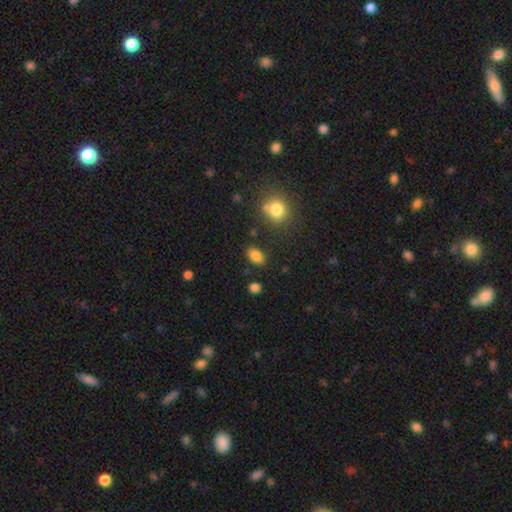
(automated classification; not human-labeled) Q: Smooth or featured?
A: smooth (84%); runner-up: star or artifact (10%)
Q: How rounded?
A: in between (88%); runner-up: round (10%)
Q: Merging?
A: none (83%); runner-up: minor disturbance (10%)